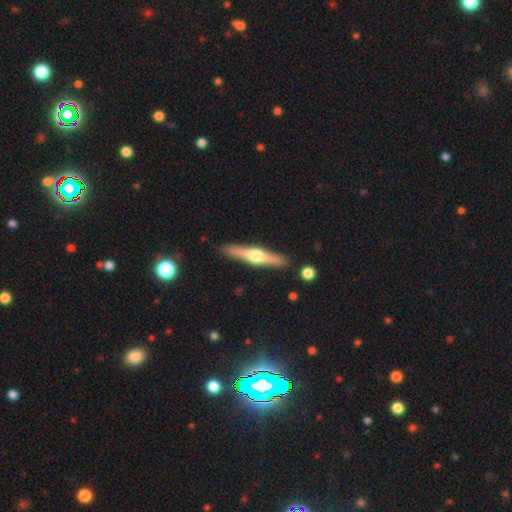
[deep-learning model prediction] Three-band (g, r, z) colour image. It shows a featured or disk galaxy (69%) viewed edge-on (97%) with a rounded central bulge (93%). Merging: none (89%).